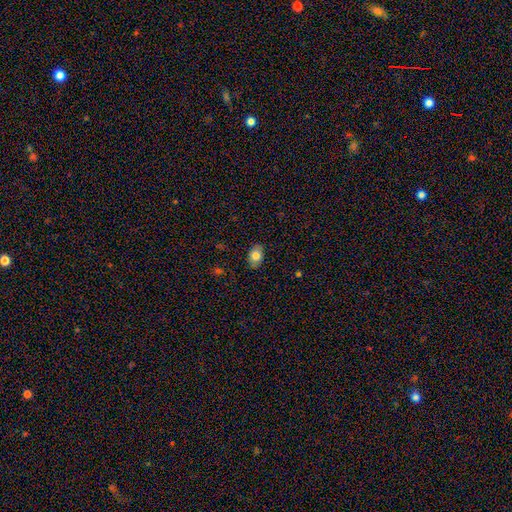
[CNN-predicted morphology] type=smooth (82%); roundness=in between (83%); merging=none (85%).